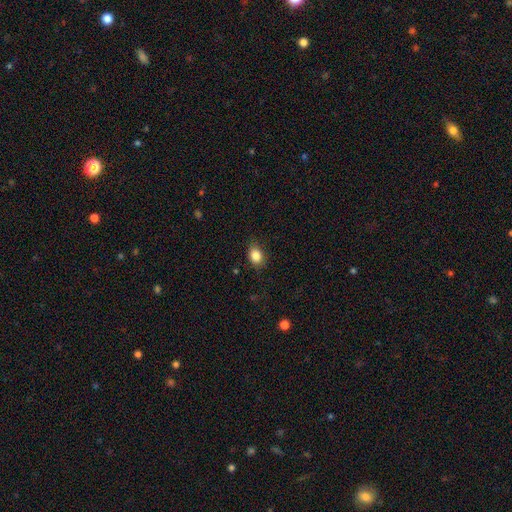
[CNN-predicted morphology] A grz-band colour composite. It shows a smooth galaxy with no disk features (85%) that is in between round and cigar-shaped (64%). Merging: none (81%).